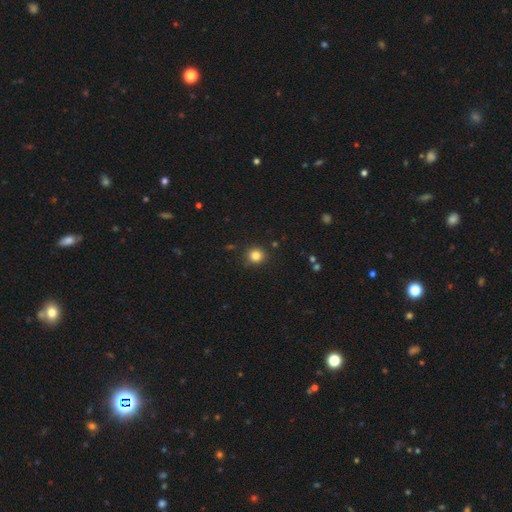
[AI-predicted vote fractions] The model was most divided on "smooth or featured": smooth: 82%, star or artifact: 13%, featured or disk: 5%. More confident: how rounded — round (91%); merging — none (89%).